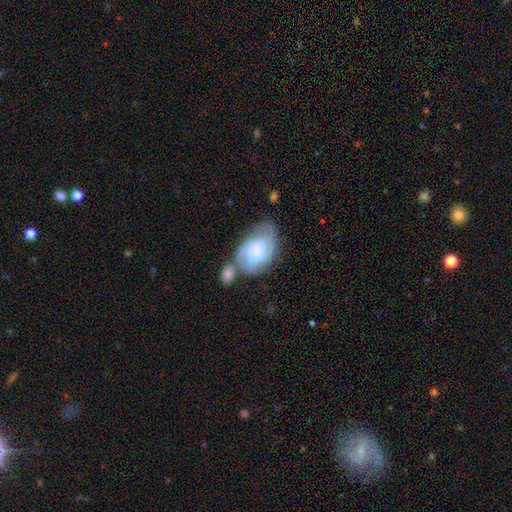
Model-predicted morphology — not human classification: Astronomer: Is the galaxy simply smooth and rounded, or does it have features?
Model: featured or disk — 67%.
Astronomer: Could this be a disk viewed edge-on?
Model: no — 96%.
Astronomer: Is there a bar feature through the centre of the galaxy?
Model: no — 54% (runner-up: weak, 37%).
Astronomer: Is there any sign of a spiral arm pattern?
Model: yes — 87%.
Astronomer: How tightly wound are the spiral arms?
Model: tight — 48% (runner-up: medium, 39%).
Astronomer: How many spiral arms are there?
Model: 2 — 37% (runner-up: can't tell, 34%).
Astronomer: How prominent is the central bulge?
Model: small — 43% (runner-up: moderate, 28%).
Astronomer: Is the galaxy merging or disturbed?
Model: merger — 33%, tied with none at 33%.